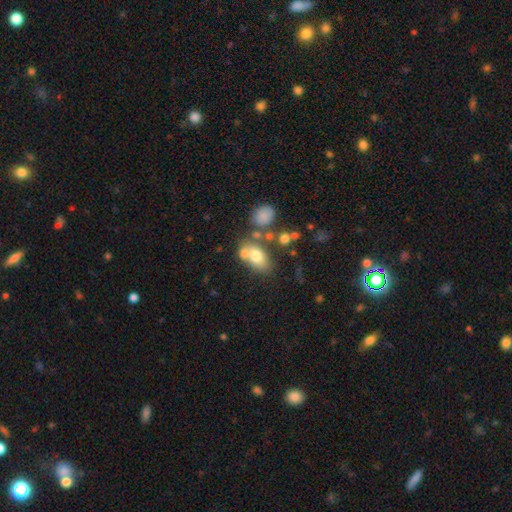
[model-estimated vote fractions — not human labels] Morphology: type=smooth (70%); roundness=in between (82%); merging=none (42%).